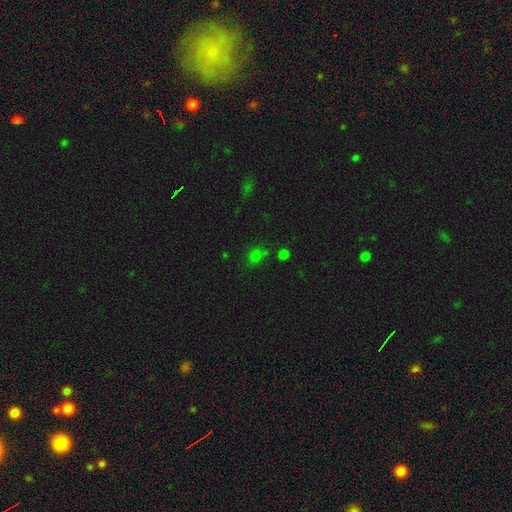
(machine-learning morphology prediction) The model was most divided on "how rounded": round: 56%, in between: 43%, cigar-shaped: 2%. More confident: merging — none (69%); smooth or featured — smooth (66%).